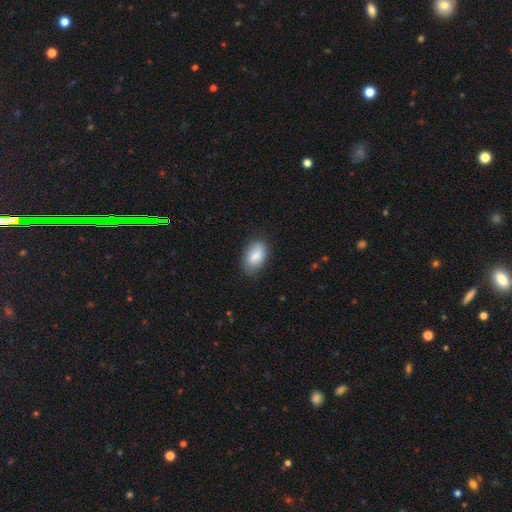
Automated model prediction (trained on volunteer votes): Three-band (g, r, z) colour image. It shows a smooth galaxy with no disk features (85%) that is in between round and cigar-shaped (92%). Merging: none (81%).